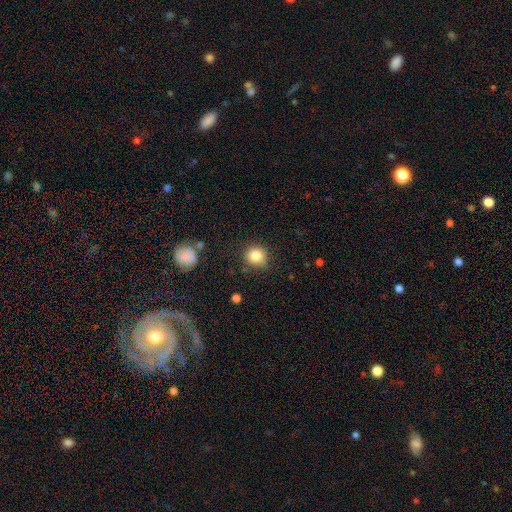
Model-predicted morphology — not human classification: smooth 84%, star or artifact 10%, featured or disk 5%. Down the decision tree: how rounded — round (89%); merging — none (84%).